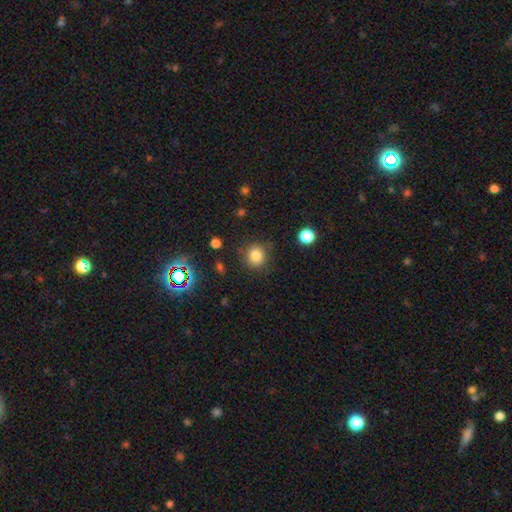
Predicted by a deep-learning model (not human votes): The model was most divided on "smooth or featured": smooth: 81%, star or artifact: 13%, featured or disk: 6%. More confident: how rounded — round (88%); merging — none (84%).